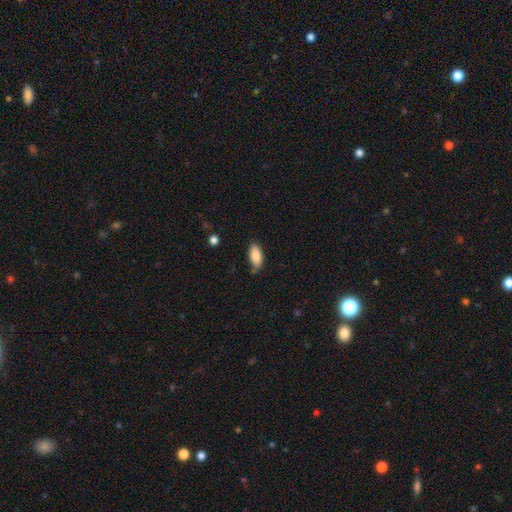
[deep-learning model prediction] smooth_or_featured: smooth (p=0.86) [alt: featured or disk p=0.07]
how_rounded: in between (p=0.89) [alt: cigar-shaped p=0.09]
merging: none (p=0.77) [alt: minor disturbance p=0.18]